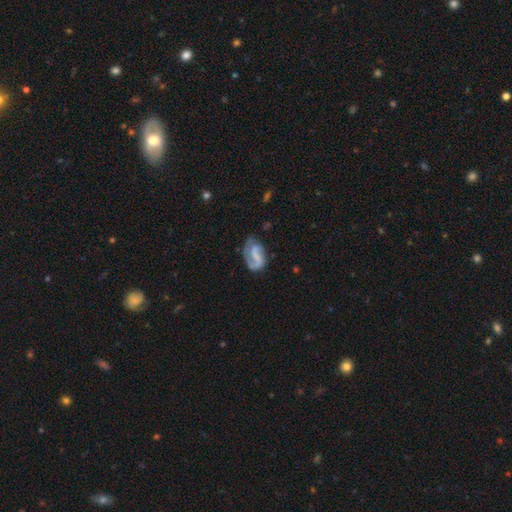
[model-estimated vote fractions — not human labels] This is likely a featured or disk galaxy (72%). It is clearly not viewed edge-on (98%). Bar: marginally weak (42%). Spiral arm pattern: clearly yes (89%). Spiral arm count: likely 2 (65%). Spiral winding: marginally medium (42%). Central bulge: possibly none (57%). Merging: possibly none (50%).